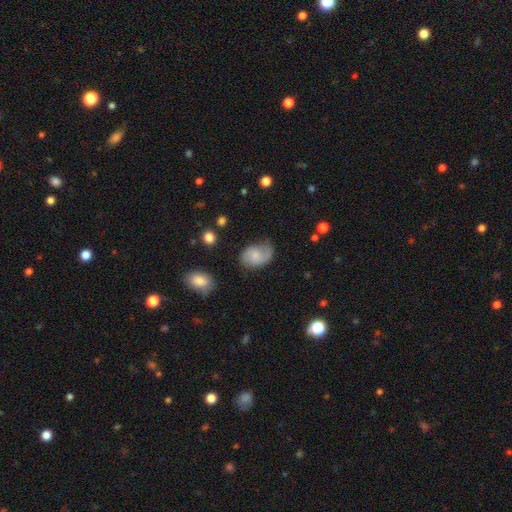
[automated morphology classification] Q: Smooth or featured?
A: smooth (57%); runner-up: featured or disk (34%)
Q: How rounded?
A: in between (78%); runner-up: round (20%)
Q: Merging?
A: none (56%); runner-up: minor disturbance (29%)